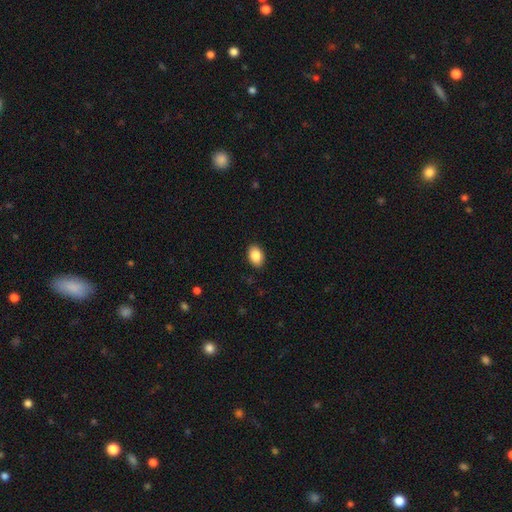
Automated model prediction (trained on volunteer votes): This appears to be a smooth galaxy with no disk features (88%) that is in between round and cigar-shaped (86%). Merging: none (89%).